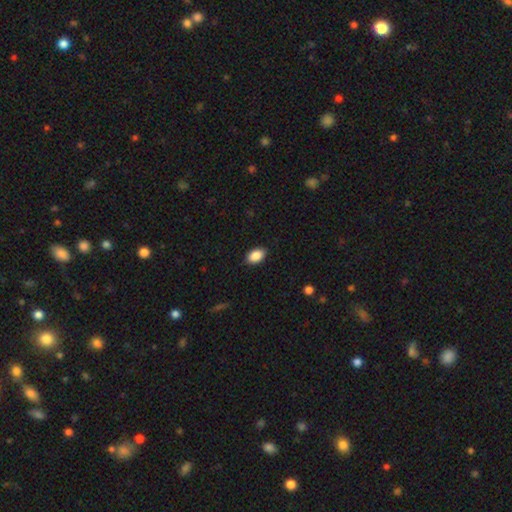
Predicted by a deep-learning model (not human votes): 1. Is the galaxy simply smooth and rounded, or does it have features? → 88% smooth, 7% star or artifact, 4% featured or disk.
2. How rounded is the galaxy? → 90% in between, 9% round, 1% cigar-shaped.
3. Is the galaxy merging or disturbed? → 88% none, 9% minor disturbance, 2% major disturbance, 1% merger.